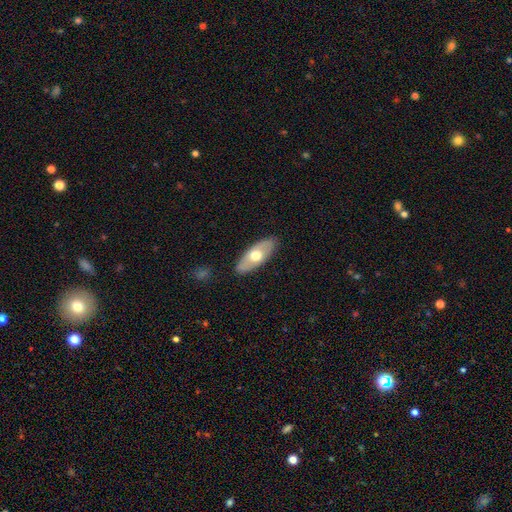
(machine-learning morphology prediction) Q: Smooth or featured?
A: smooth (54%); runner-up: featured or disk (41%)
Q: How rounded?
A: in between (83%); runner-up: cigar-shaped (14%)
Q: Merging?
A: none (86%); runner-up: minor disturbance (10%)